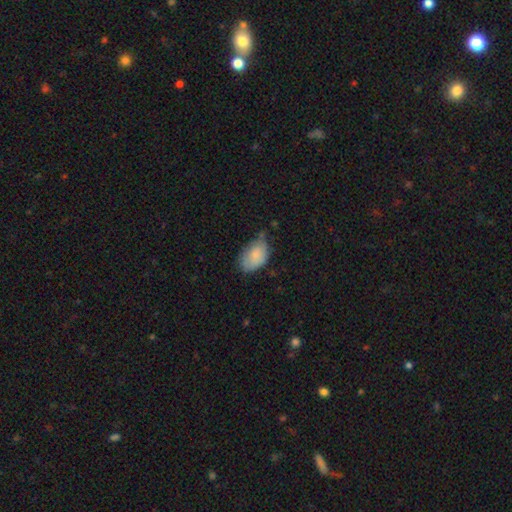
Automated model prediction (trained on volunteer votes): Smooth or featured? smooth (79%)
How rounded? in between (90%)
Merging? none (43%, tied with minor disturbance)